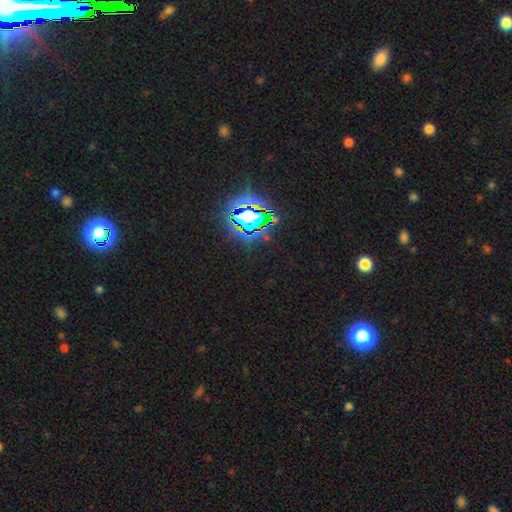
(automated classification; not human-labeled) smooth-or-featured: star or artifact: 80% | smooth: 12% | featured or disk: 7%